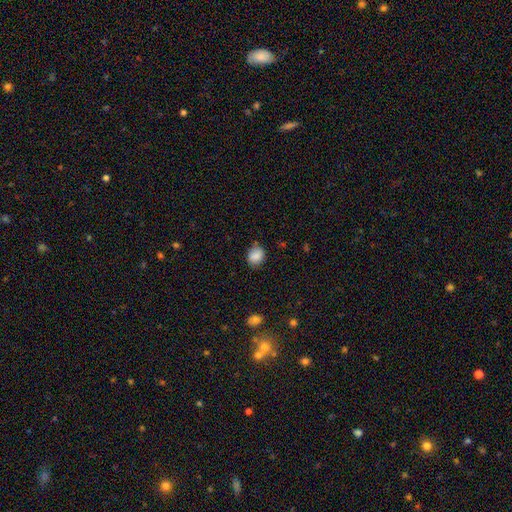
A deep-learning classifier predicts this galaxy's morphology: smooth_or_featured: smooth (p=0.87) [alt: star or artifact p=0.09]
how_rounded: round (p=0.61) [alt: in between p=0.38]
merging: none (p=0.75) [alt: minor disturbance p=0.19]